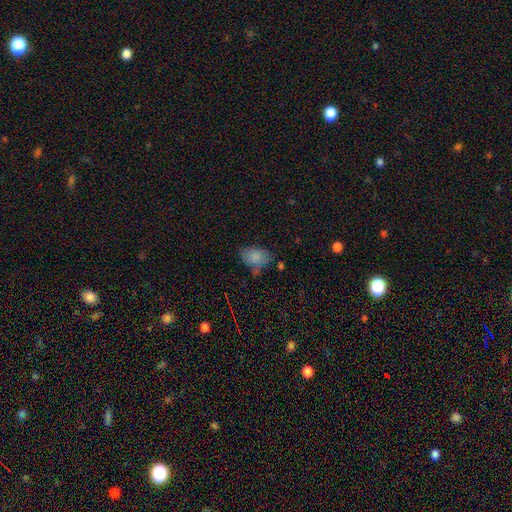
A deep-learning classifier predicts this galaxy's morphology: smooth-or-featured: smooth: 80% | star or artifact: 10% | featured or disk: 10%
  how-rounded: in between: 83% | round: 15% | cigar-shaped: 1%
  merging: none: 53% | minor disturbance: 29% | major disturbance: 9% | merger: 9%